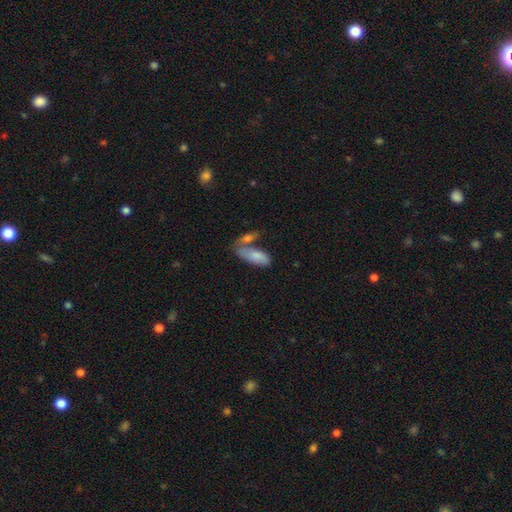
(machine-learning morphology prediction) This is likely a smooth galaxy (79%). How rounded: clearly in between (80%). Merging: marginally merger (44%).